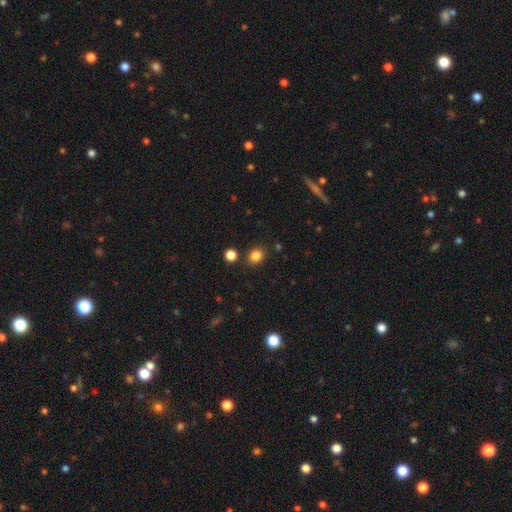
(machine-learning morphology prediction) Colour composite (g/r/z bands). It shows a smooth galaxy with no disk features (84%) that is round (60%). Merging: none (82%).